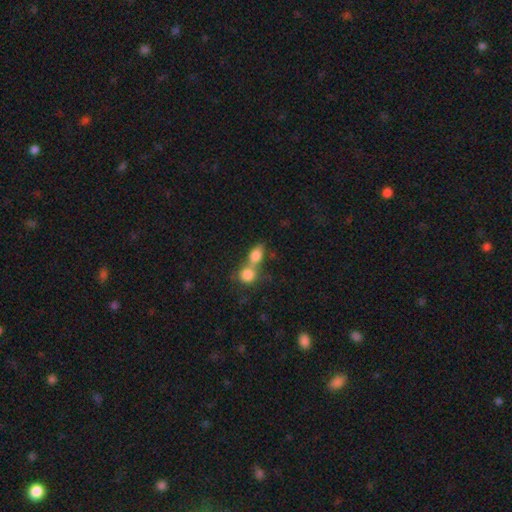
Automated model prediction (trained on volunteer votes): Smooth or featured? Predicted: smooth (p=0.80). How rounded? Predicted: in between (p=0.68). Merging? Predicted: merger (p=0.66).